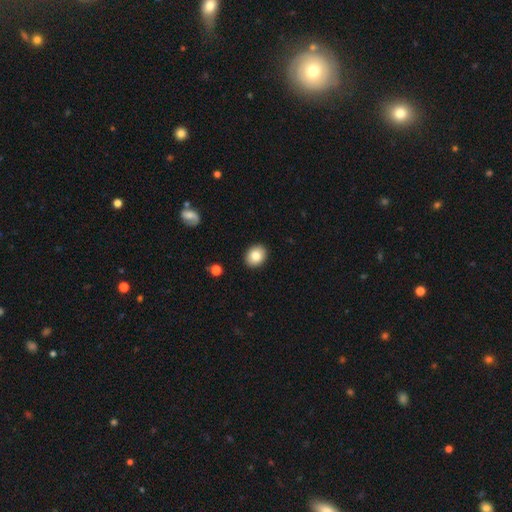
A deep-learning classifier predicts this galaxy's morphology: The model was most divided on "how rounded": in between: 50%, round: 49%, cigar-shaped: 1%. More confident: merging — none (91%); smooth or featured — smooth (83%).